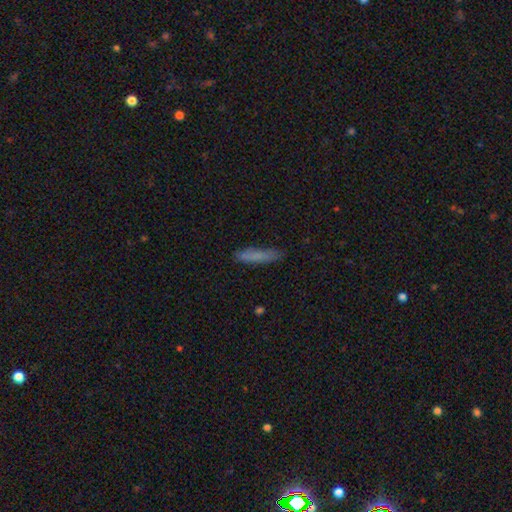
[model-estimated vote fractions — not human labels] A smooth galaxy with no disk features (78%) that is cigar-shaped (86%).

Vote fractions:
- Smooth or featured? smooth: 78% / featured or disk: 14% / star or artifact: 8%
- How rounded? cigar-shaped: 86% / in between: 12% / round: 2%
- Merging? none: 79% / minor disturbance: 16% / major disturbance: 3% / merger: 2%